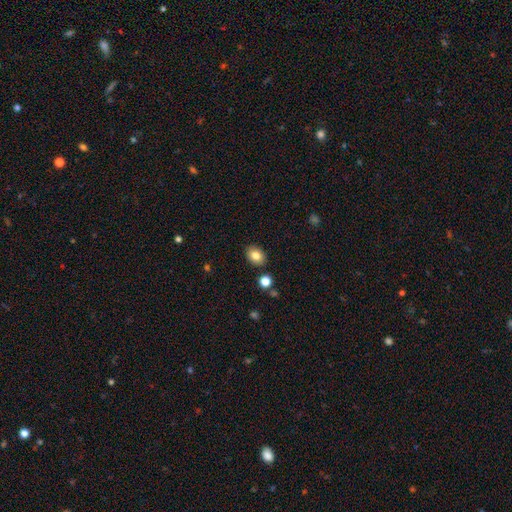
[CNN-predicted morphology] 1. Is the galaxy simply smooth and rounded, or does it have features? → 83% smooth, 9% star or artifact, 8% featured or disk.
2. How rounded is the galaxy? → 66% in between, 33% round, 1% cigar-shaped.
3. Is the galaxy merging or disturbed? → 87% none, 8% minor disturbance, 3% merger, 2% major disturbance.